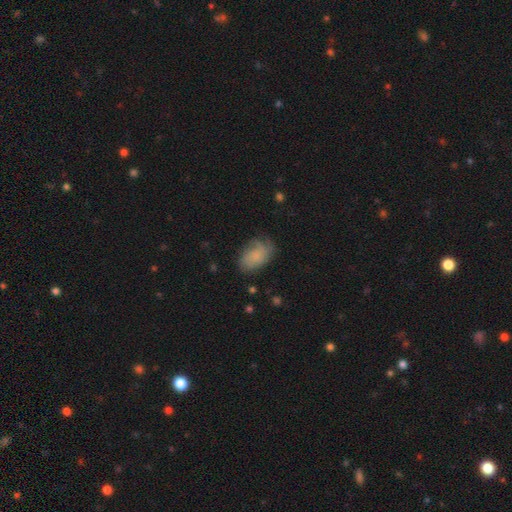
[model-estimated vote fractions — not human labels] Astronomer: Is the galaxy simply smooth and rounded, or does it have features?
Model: smooth — 63%.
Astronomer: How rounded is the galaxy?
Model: in between — 87%.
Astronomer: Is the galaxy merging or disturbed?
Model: none — 60%.